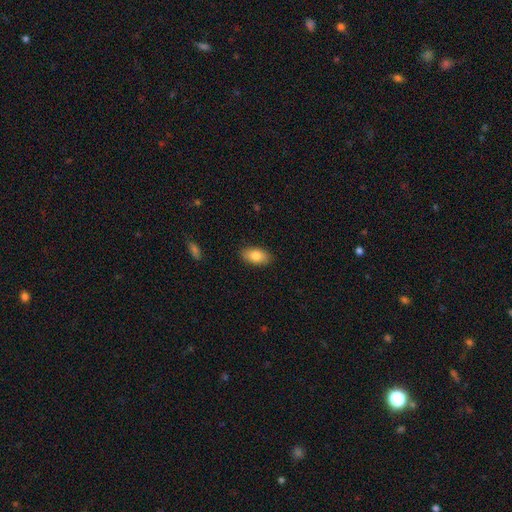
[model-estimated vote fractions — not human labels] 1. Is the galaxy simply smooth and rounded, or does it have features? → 83% smooth, 11% featured or disk, 7% star or artifact.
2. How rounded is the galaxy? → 93% in between, 5% round, 3% cigar-shaped.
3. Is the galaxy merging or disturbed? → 88% none, 9% minor disturbance, 2% major disturbance, 1% merger.